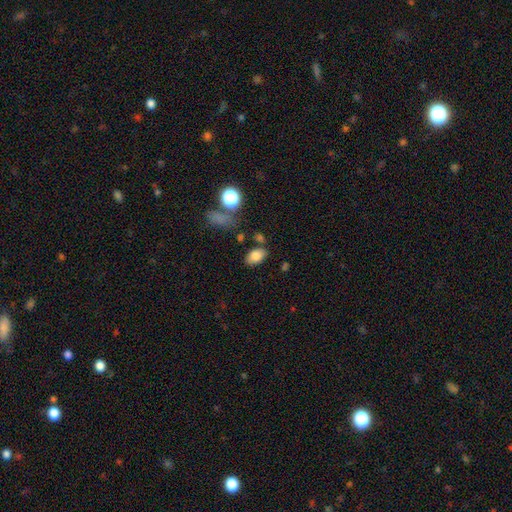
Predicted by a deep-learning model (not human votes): smooth_or_featured: smooth (p=0.81) [alt: star or artifact p=0.10]
how_rounded: in between (p=0.88) [alt: round p=0.11]
merging: none (p=0.76) [alt: minor disturbance p=0.14]